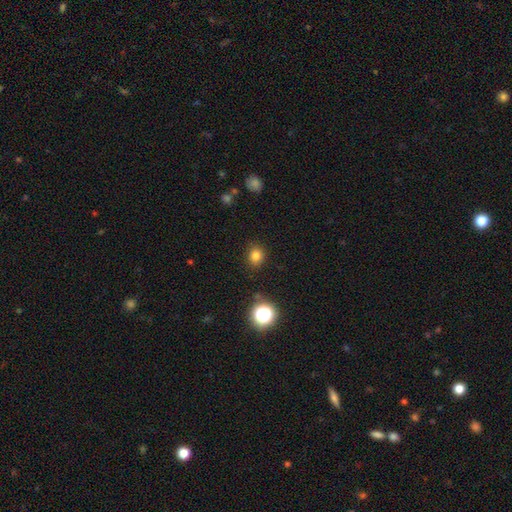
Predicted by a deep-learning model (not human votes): A smooth galaxy with no disk features (79%) that is round (71%). Merging: none (87%).